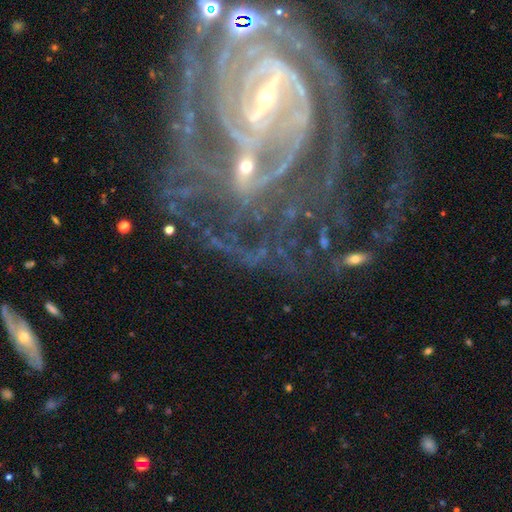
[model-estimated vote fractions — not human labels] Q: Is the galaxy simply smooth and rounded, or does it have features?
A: featured or disk — 84%.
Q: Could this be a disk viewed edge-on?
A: no — 96%.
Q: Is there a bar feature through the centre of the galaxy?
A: strong — 48%.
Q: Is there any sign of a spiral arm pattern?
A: yes — 94%.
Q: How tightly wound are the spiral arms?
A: tight — 56%.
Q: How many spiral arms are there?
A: can't tell — 27%.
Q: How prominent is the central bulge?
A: small — 78%.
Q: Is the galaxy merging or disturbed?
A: none — 50%.